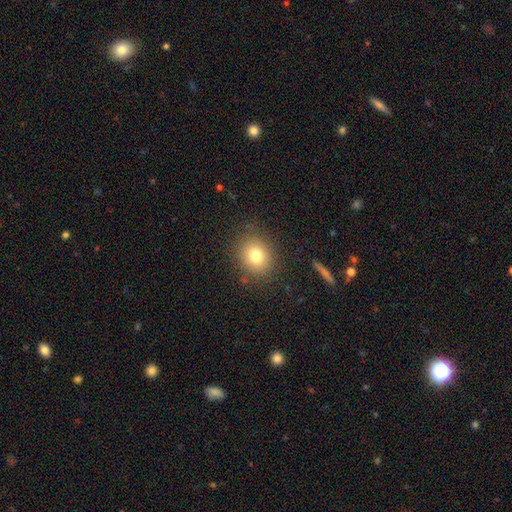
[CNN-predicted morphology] smooth-or-featured: smooth: 78% | star or artifact: 11% | featured or disk: 11%
  how-rounded: round: 69% | in between: 31% | cigar-shaped: 1%
  merging: none: 83% | minor disturbance: 11% | major disturbance: 4% | merger: 2%